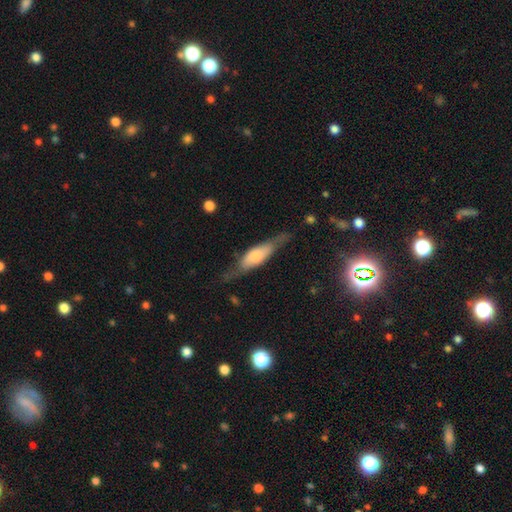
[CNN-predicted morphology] type=smooth (49%); merging=none (65%).